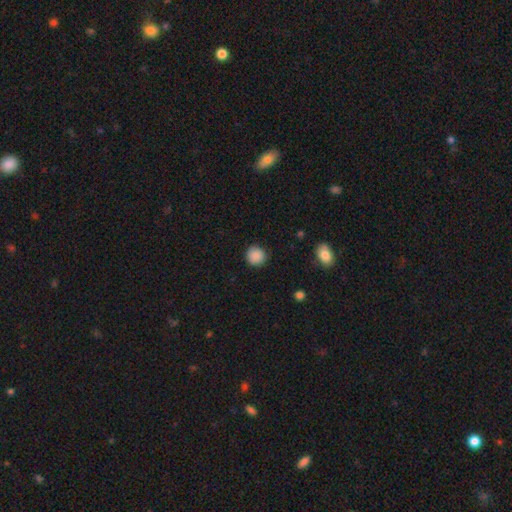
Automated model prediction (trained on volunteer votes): The model was most divided on "smooth or featured": smooth: 88%, star or artifact: 9%, featured or disk: 3%. More confident: how rounded — round (93%); merging — none (90%).